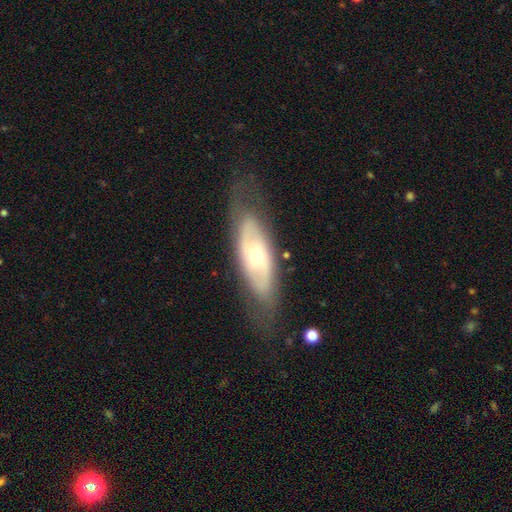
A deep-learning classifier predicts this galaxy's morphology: Smooth or featured? Predicted: featured or disk (p=0.64). Edge-on disk? Predicted: no (p=0.81). Bar? Predicted: no (p=0.72). Spiral arms? Predicted: yes (p=0.52). Bulge size? Predicted: small (p=0.52). Merging? Predicted: none (p=0.72).